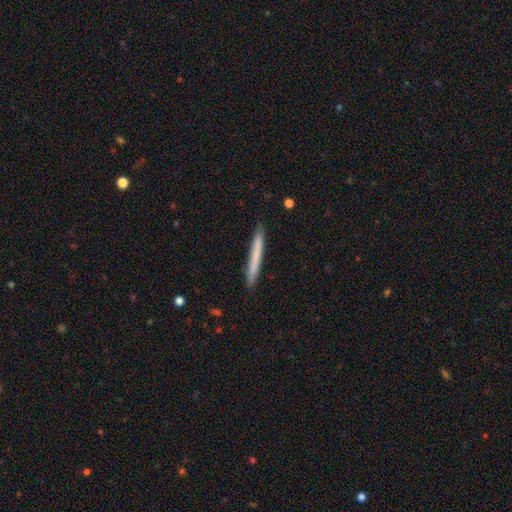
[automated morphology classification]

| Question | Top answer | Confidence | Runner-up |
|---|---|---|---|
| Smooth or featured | smooth | 69% | featured or disk (26%) |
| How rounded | cigar-shaped | 97% | in between (2%) |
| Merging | none | 90% | minor disturbance (7%) |